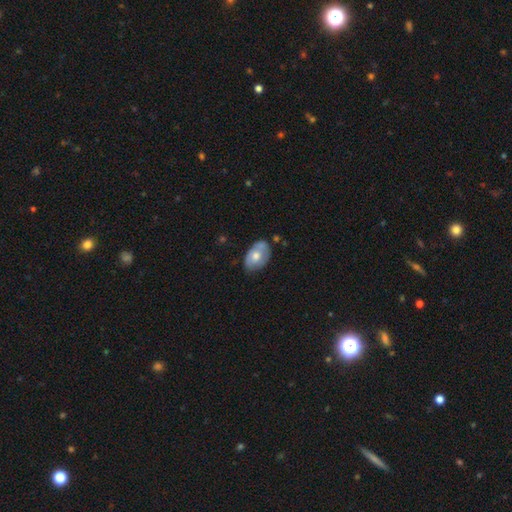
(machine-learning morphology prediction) This appears to be a smooth galaxy with no disk features (54%) that is in between round and cigar-shaped (89%). Merging: none (64%).